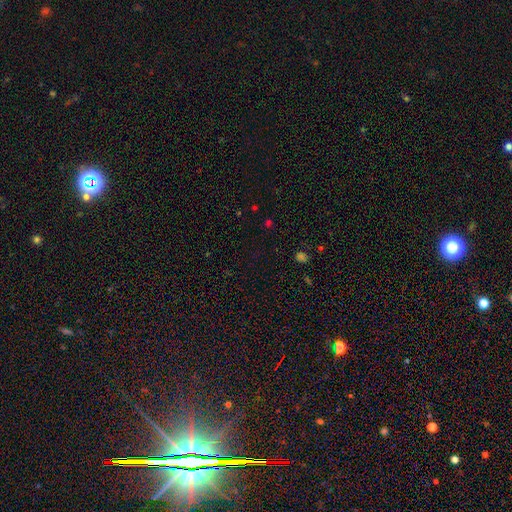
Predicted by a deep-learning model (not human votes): Smooth or featured? Predicted: star or artifact (p=0.58).